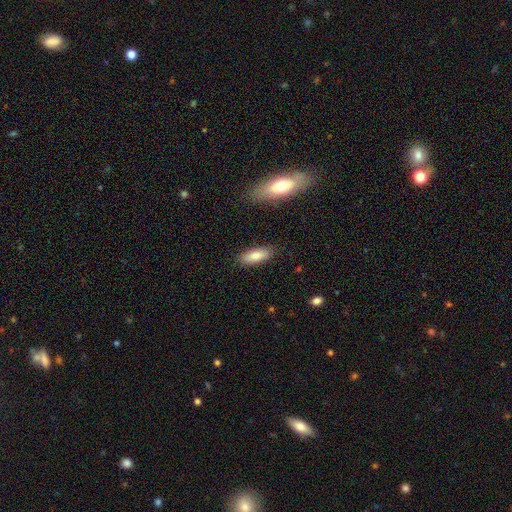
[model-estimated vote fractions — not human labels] Morphology: type=smooth (82%); roundness=in between (66%); merging=none (85%).